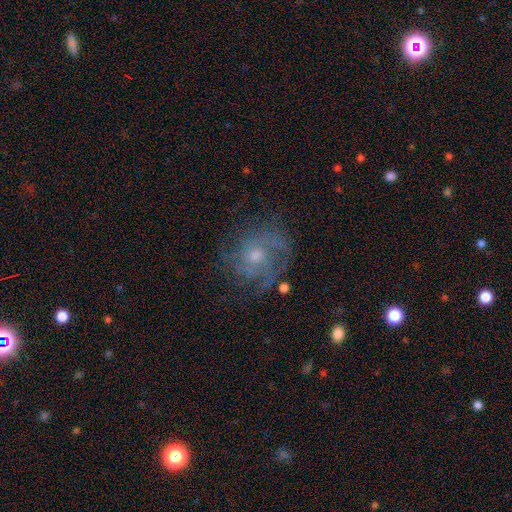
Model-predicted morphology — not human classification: The model was most divided on "bulge size": moderate: 50%, small: 43%, large: 3%, none: 3%, dominant: 1%. Remaining: edge-on disk — no (97%); spiral arms — yes (86%); bar — no (79%); smooth or featured — featured or disk (73%); merging — none (66%); spiral winding — tight (49%); spiral arm count — can't tell (40%).